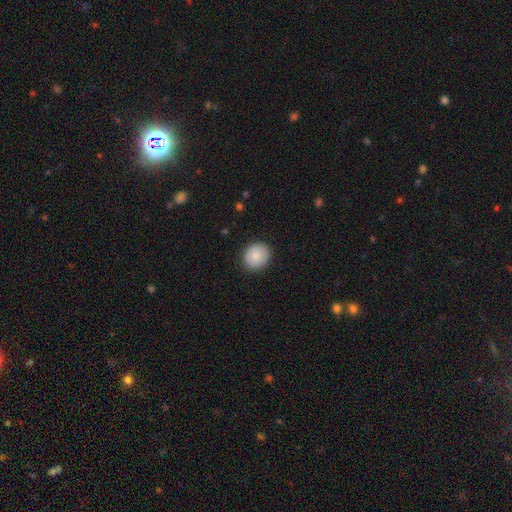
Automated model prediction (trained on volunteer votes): Q: Smooth or featured?
A: smooth (87%); runner-up: star or artifact (7%)
Q: How rounded?
A: round (73%); runner-up: in between (26%)
Q: Merging?
A: none (88%); runner-up: minor disturbance (9%)